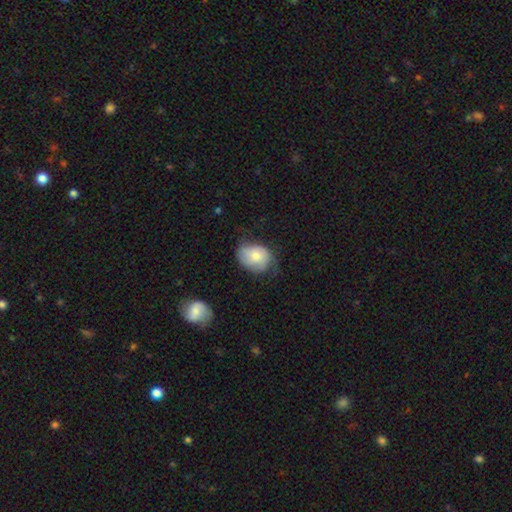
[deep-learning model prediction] Q: Smooth or featured?
A: smooth (66%); runner-up: featured or disk (26%)
Q: How rounded?
A: in between (53%); runner-up: round (46%)
Q: Merging?
A: none (45%); runner-up: minor disturbance (37%)